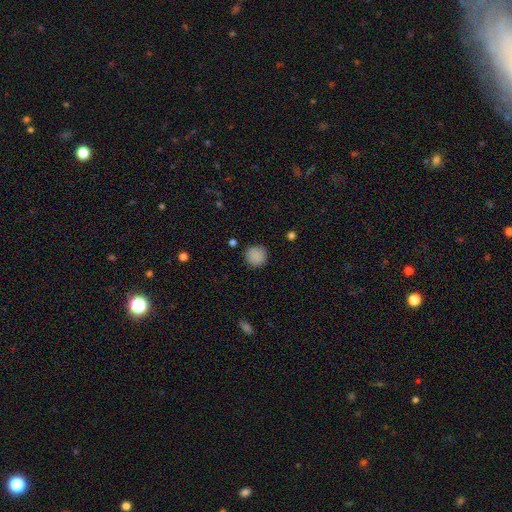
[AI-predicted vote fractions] smooth 88%, star or artifact 9%, featured or disk 3%. Down the decision tree: how rounded — round (93%); merging — none (88%).